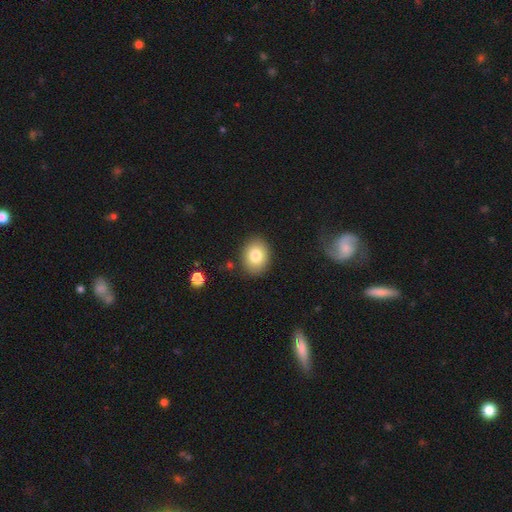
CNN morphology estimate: Smooth or featured? Predicted: smooth (p=0.81). How rounded? Predicted: round (p=0.50). Merging? Predicted: none (p=0.87).